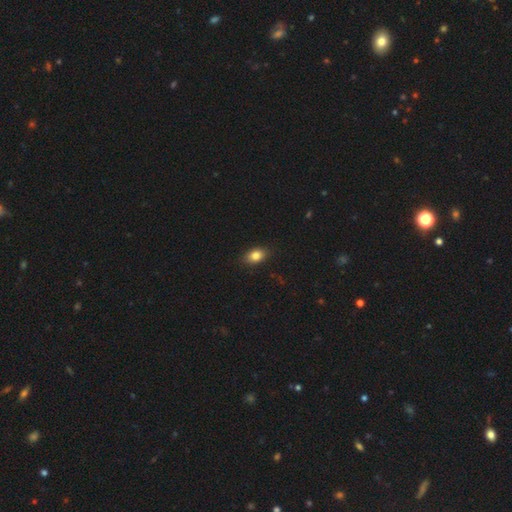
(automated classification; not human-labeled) A smooth galaxy with no disk features (84%) that is in between round and cigar-shaped (82%). Merging: none (87%).